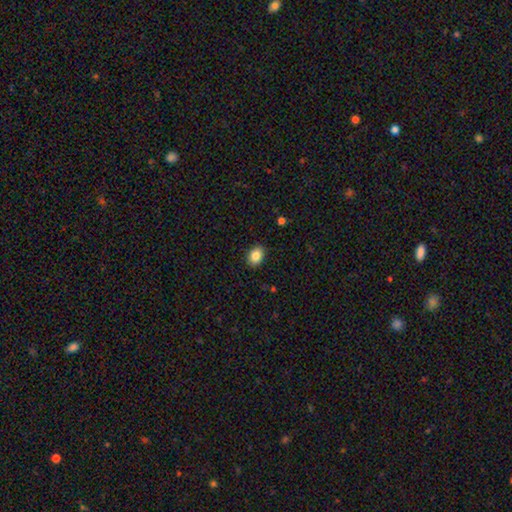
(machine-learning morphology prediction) A smooth galaxy with no disk features (86%) that is in between round and cigar-shaped (72%). Merging: none (89%).